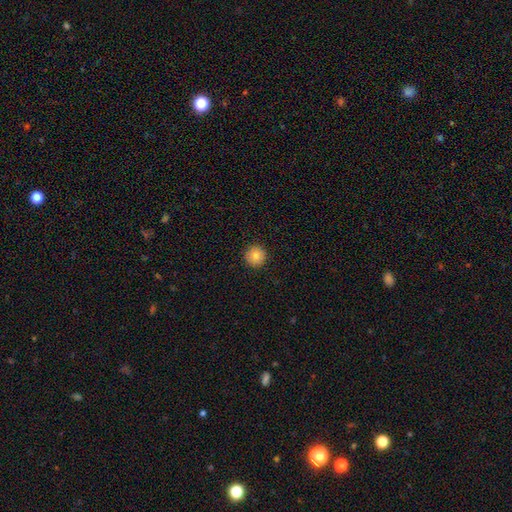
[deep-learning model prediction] Smooth or featured? Predicted: smooth (p=0.83). How rounded? Predicted: round (p=0.96). Merging? Predicted: none (p=0.93).